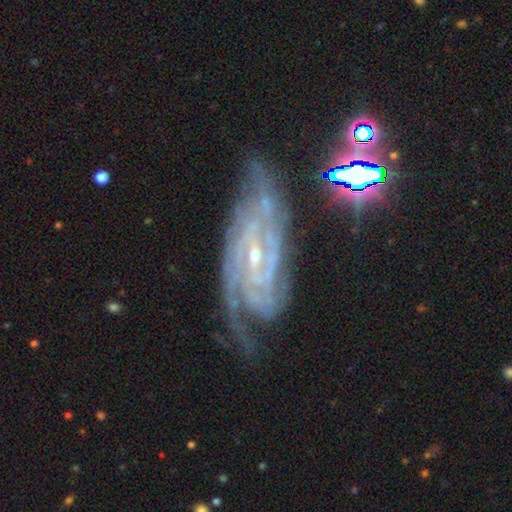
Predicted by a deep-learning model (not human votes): featured or disk 88%, star or artifact 8%, smooth 4%. Down the decision tree: edge-on disk — no (94%); bar — weak (42%); spiral arms — yes (98%); spiral arm count — 2 (25%); spiral winding — tight (62%); bulge size — small (79%); merging — none (63%).